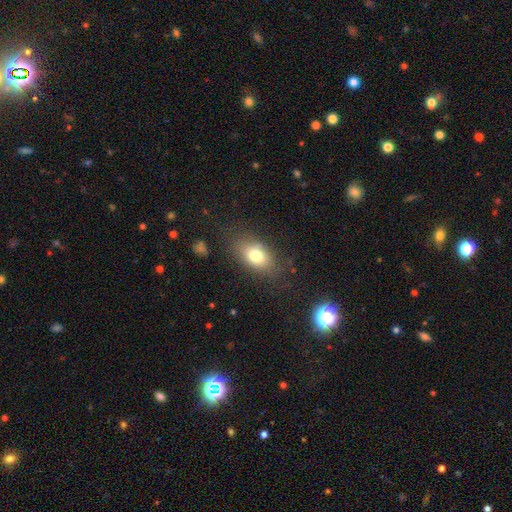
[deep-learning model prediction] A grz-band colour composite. It shows a smooth galaxy with no disk features (76%) that is in between round and cigar-shaped (83%). Merging: none (77%).